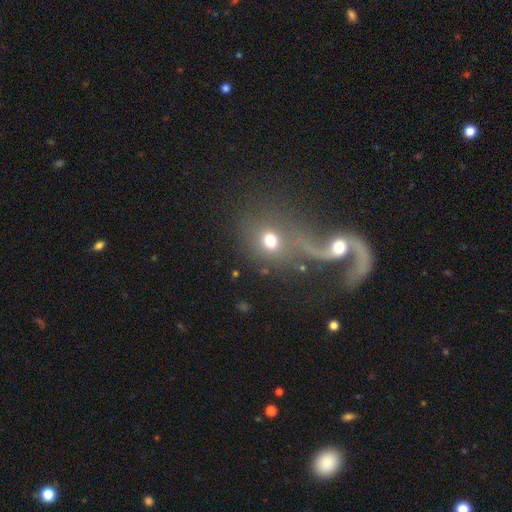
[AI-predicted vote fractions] smooth_or_featured: featured or disk (p=0.47) [alt: smooth p=0.38]
merging: merger (p=0.62) [alt: none p=0.18]